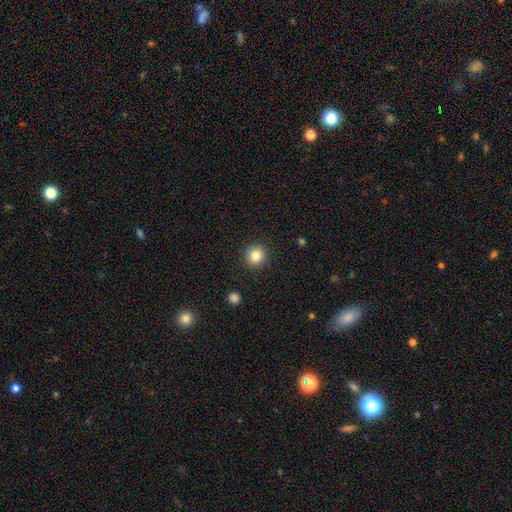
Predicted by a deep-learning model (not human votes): smooth-or-featured: smooth: 83% | star or artifact: 11% | featured or disk: 6%
  how-rounded: round: 91% | in between: 8% | cigar-shaped: 1%
  merging: none: 92% | minor disturbance: 5% | major disturbance: 2% | merger: 1%